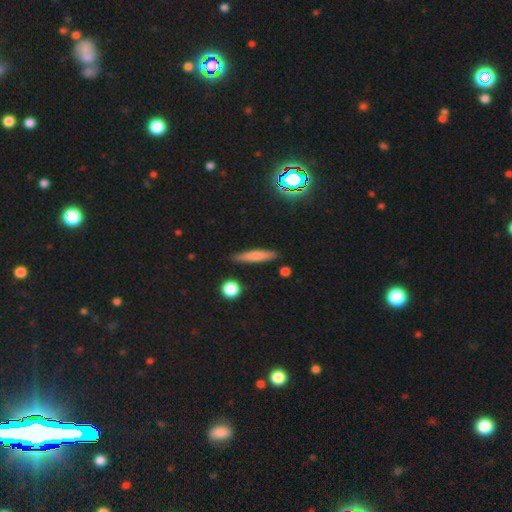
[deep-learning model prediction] smooth-or-featured: smooth: 68% | featured or disk: 24% | star or artifact: 8%
  how-rounded: cigar-shaped: 89% | in between: 9% | round: 2%
  merging: none: 87% | minor disturbance: 9% | merger: 2% | major disturbance: 2%